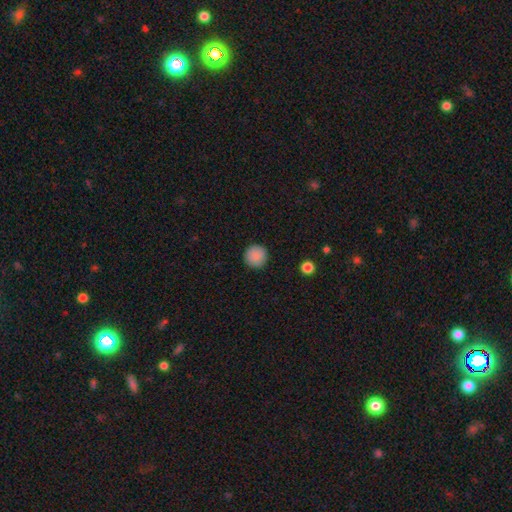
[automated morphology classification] Smooth or featured? smooth (89%)
How rounded? round (96%)
Merging? none (92%)